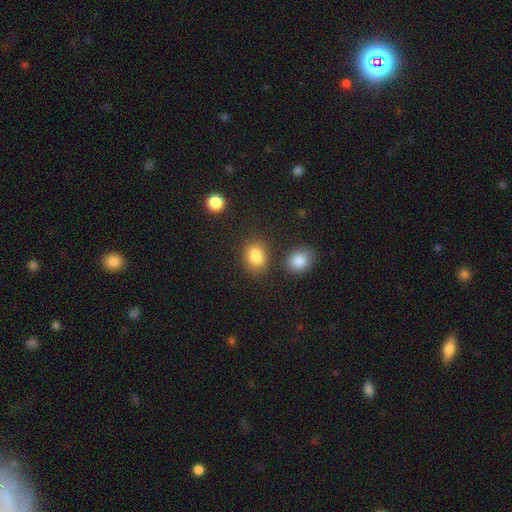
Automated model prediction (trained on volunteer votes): Smooth or featured? Predicted: smooth (p=0.80). How rounded? Predicted: in between (p=0.60). Merging? Predicted: none (p=0.51).